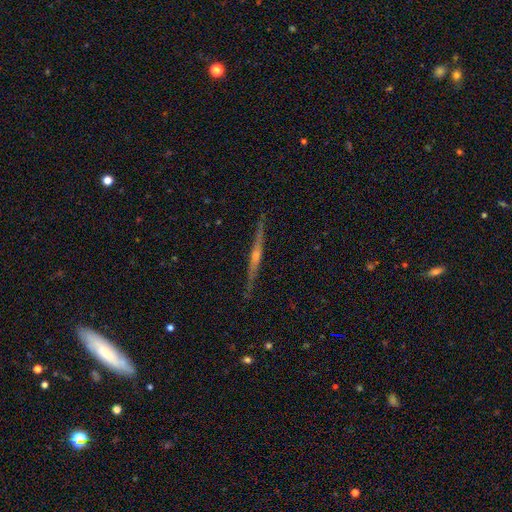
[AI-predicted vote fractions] Q: Smooth or featured?
A: featured or disk (81%); runner-up: smooth (13%)
Q: Edge-on disk?
A: yes (98%); runner-up: no (2%)
Q: Edge-on bulge?
A: rounded (72%); runner-up: none (20%)
Q: Merging?
A: none (90%); runner-up: minor disturbance (7%)